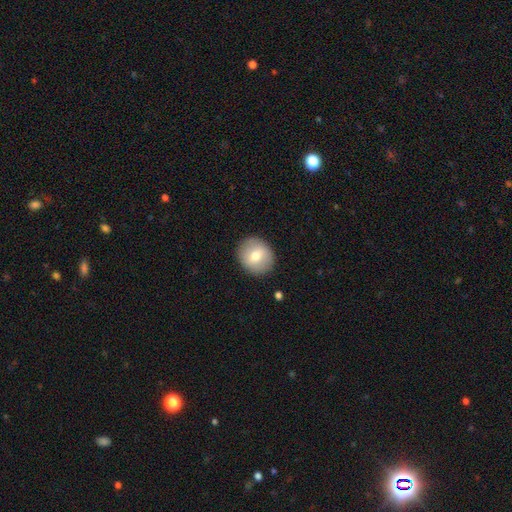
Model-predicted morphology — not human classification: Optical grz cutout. It shows a smooth galaxy with no disk features (69%) that is round (85%). Merging: none (89%).